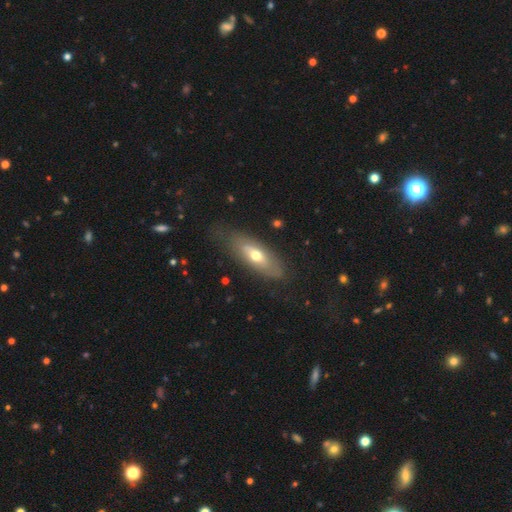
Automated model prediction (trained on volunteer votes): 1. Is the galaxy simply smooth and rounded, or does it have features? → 51% smooth, 43% featured or disk, 6% star or artifact.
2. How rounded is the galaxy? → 69% in between, 28% cigar-shaped, 3% round.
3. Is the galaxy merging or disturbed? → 70% none, 21% minor disturbance, 8% major disturbance, 2% merger.